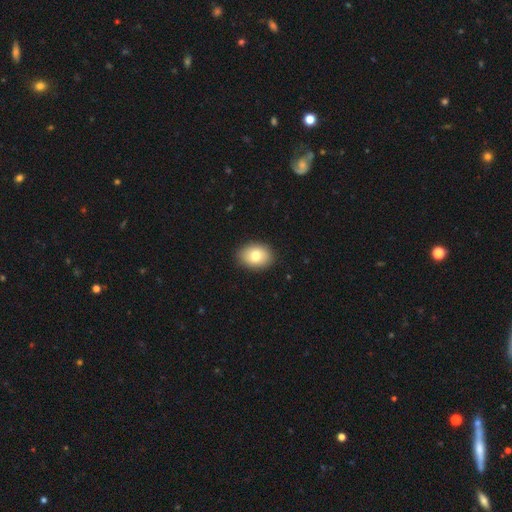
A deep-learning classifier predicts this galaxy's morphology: Smooth or featured? Predicted: smooth (p=0.78). How rounded? Predicted: in between (p=0.73). Merging? Predicted: none (p=0.89).